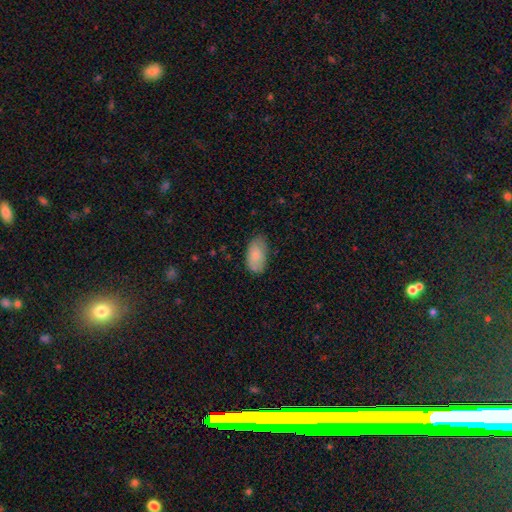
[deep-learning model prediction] Q: Smooth or featured?
A: smooth (83%); runner-up: featured or disk (11%)
Q: How rounded?
A: in between (94%); runner-up: round (4%)
Q: Merging?
A: none (73%); runner-up: minor disturbance (22%)